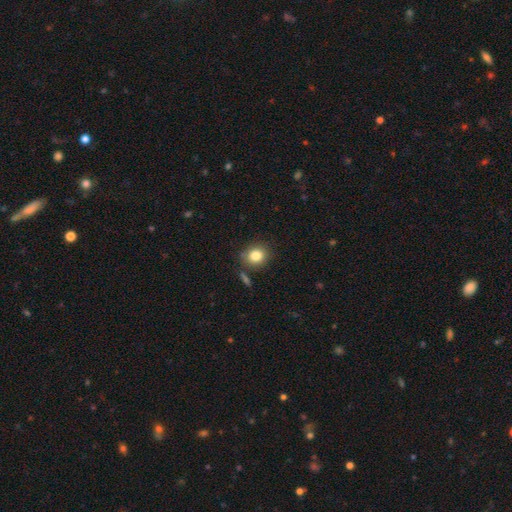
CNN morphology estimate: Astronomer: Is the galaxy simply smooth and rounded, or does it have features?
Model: smooth — 83%.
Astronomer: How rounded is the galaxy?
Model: round — 74%.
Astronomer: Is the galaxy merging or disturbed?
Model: none — 81%.